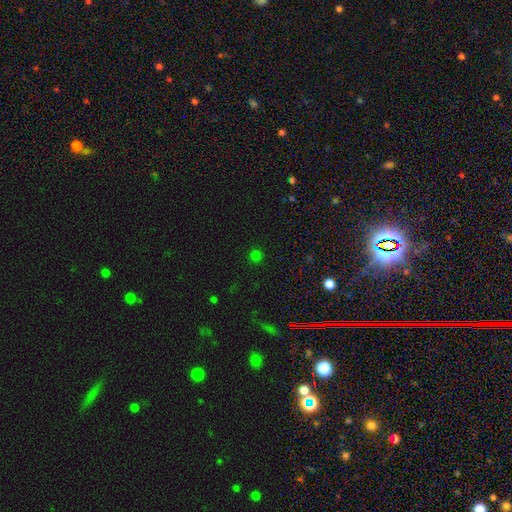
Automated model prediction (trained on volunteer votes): Q: Smooth or featured?
A: smooth (71%); runner-up: star or artifact (25%)
Q: How rounded?
A: round (93%); runner-up: in between (6%)
Q: Merging?
A: none (90%); runner-up: minor disturbance (6%)